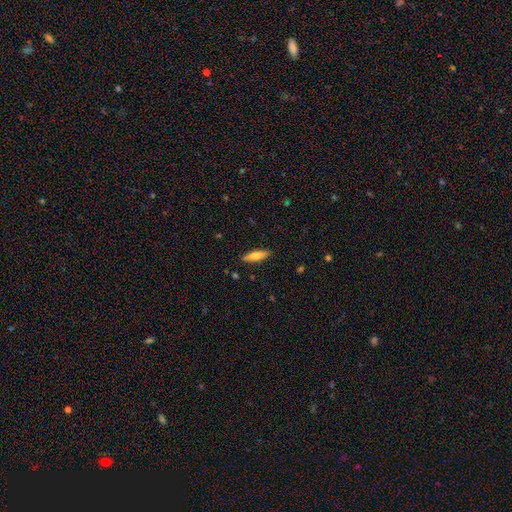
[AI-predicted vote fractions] Overall: smooth (62%; featured or disk 32%). How rounded: cigar-shaped (68%; in between 30%). Merging: none (89%).